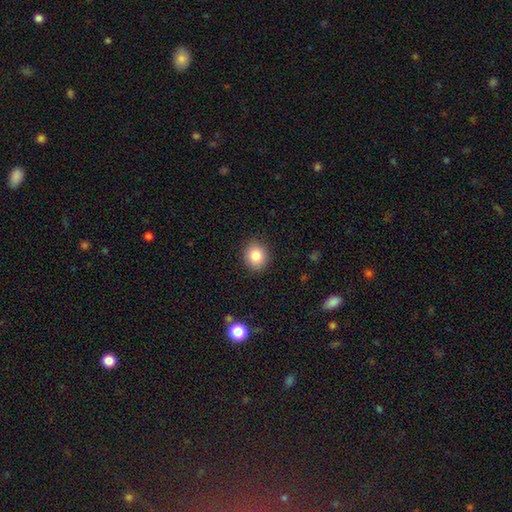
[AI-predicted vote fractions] smooth-or-featured: smooth: 84% | star or artifact: 10% | featured or disk: 7%
  how-rounded: round: 77% | in between: 22% | cigar-shaped: 1%
  merging: none: 89% | minor disturbance: 7% | major disturbance: 2% | merger: 1%